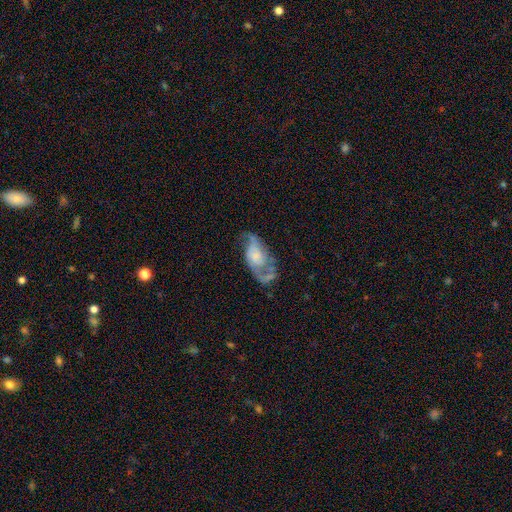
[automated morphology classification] This appears to be a featured or disk galaxy (78%) with no bar (64%), 2 (83%) loose (44%) spiral arms (90%) and a small central bulge (31%). Merging: none (52%).